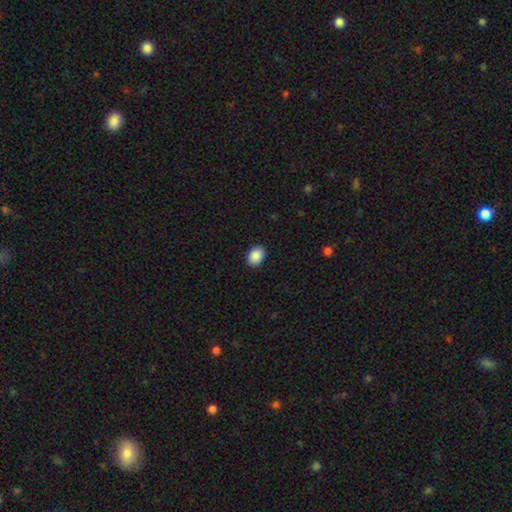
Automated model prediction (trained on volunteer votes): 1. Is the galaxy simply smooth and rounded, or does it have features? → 90% smooth, 8% star or artifact, 3% featured or disk.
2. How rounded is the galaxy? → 72% in between, 27% round, 1% cigar-shaped.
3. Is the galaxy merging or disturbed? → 90% none, 8% minor disturbance, 2% major disturbance, 1% merger.